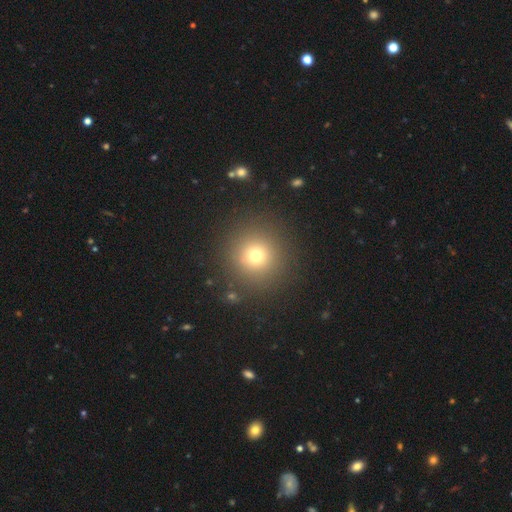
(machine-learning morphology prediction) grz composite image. It shows a smooth galaxy with no disk features (72%) that is round (95%). Merging: none (88%).